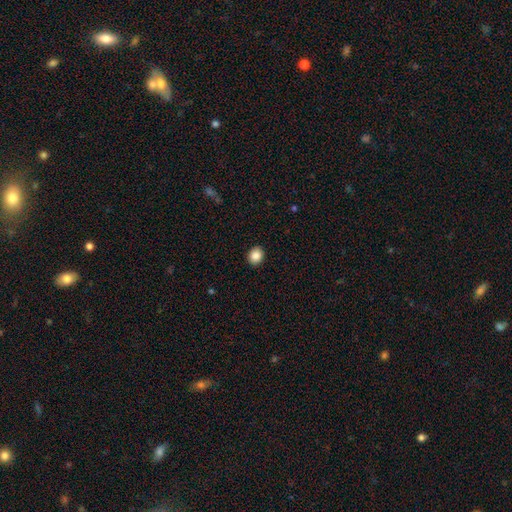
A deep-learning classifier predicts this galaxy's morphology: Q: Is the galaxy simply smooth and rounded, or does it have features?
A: smooth — 86%.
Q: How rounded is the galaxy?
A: round — 61%.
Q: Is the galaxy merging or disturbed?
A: none — 91%.